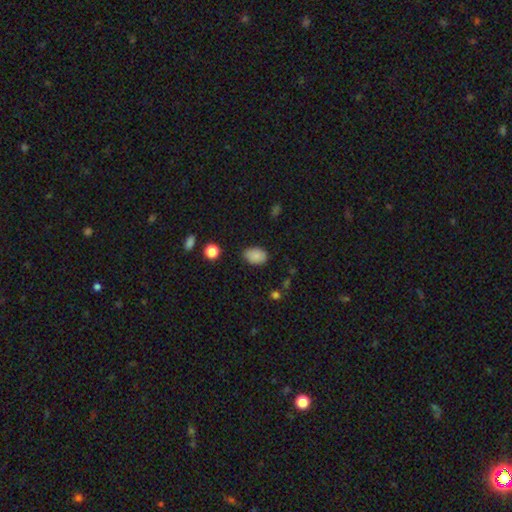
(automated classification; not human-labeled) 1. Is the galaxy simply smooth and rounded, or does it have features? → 87% smooth, 9% star or artifact, 5% featured or disk.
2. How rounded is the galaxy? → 81% in between, 18% round, 1% cigar-shaped.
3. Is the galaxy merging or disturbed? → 77% none, 18% minor disturbance, 3% major disturbance, 2% merger.